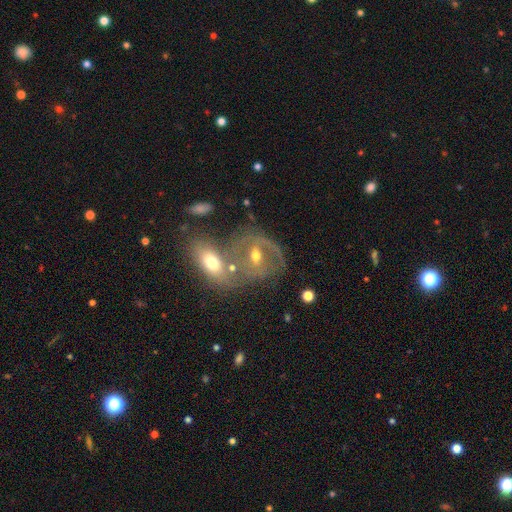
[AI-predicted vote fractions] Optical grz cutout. It shows a featured or disk galaxy (64%) with no bar (41%), spiral arms (64%) and a moderate central bulge (69%). Merging: none (41%).